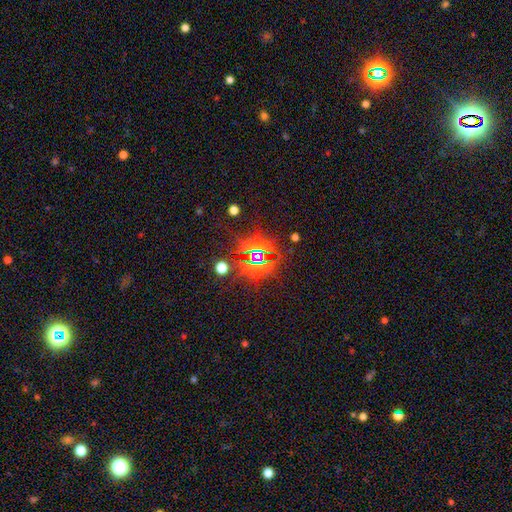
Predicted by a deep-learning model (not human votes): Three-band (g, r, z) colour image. It shows a star or artifact, not a galaxy (76%).